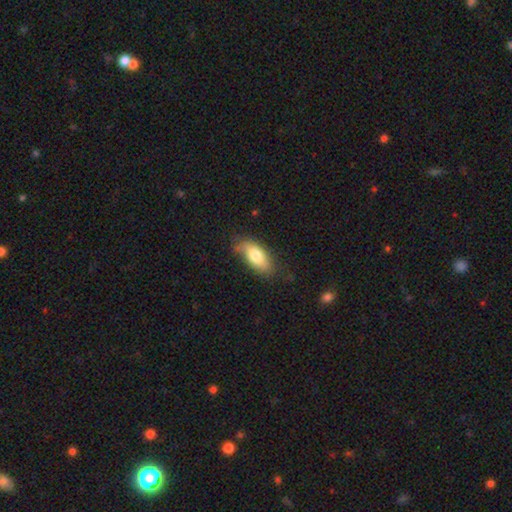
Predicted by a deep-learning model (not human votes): Smooth or featured: smooth — 76% (featured or disk — 17%)
How rounded: in between — 86% (cigar-shaped — 11%)
Merging: none — 66% (minor disturbance — 26%)